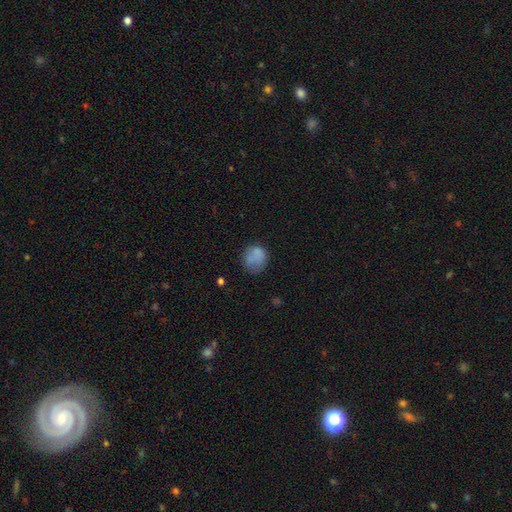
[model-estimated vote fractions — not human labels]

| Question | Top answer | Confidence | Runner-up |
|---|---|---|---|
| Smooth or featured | smooth | 79% | featured or disk (11%) |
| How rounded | round | 71% | in between (28%) |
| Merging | none | 53% | minor disturbance (29%) |